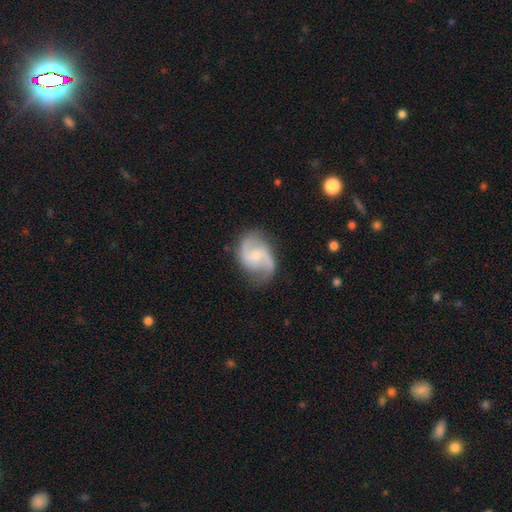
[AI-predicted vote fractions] A featured or disk galaxy (84%) with no bar (46%), 2 (91%) medium (45%) spiral arms (96%) and a small central bulge (60%).

Vote fractions:
- Smooth or featured? featured or disk: 84% / smooth: 11% / star or artifact: 5%
- Edge-on disk? no: 98% / yes: 2%
- Bar? no: 46% / weak: 44% / strong: 9%
- Spiral arms? yes: 96% / no: 4%
- Spiral winding? medium: 45% / loose: 44% / tight: 11%
- Spiral arm count? 2: 91% / can't tell: 3% / 1: 2% / 3: 2% / 4: 1% / more than 4: 1%
- Bulge size? small: 60% / moderate: 32% / none: 5% / large: 2% / dominant: 1%
- Merging? none: 76% / minor disturbance: 17% / major disturbance: 6% / merger: 1%